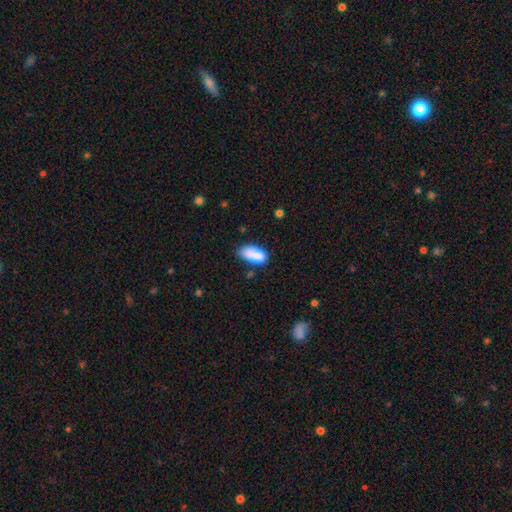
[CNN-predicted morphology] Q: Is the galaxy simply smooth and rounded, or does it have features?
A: smooth — 82%.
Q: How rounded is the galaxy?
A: in between — 90%.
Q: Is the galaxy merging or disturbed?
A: none — 50%.